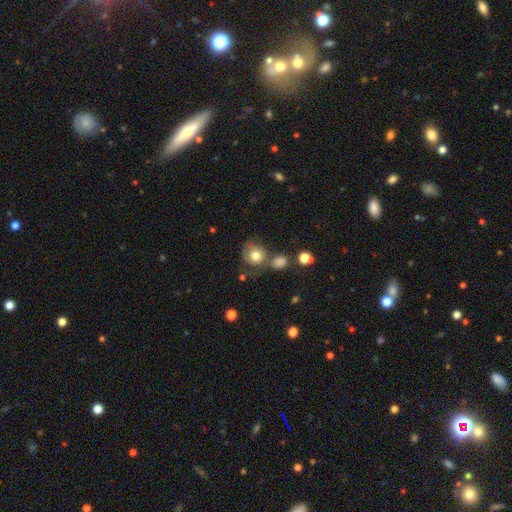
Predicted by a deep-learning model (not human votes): This appears to be a smooth galaxy with no disk features (75%) that is round (81%). Merging: none (51%).